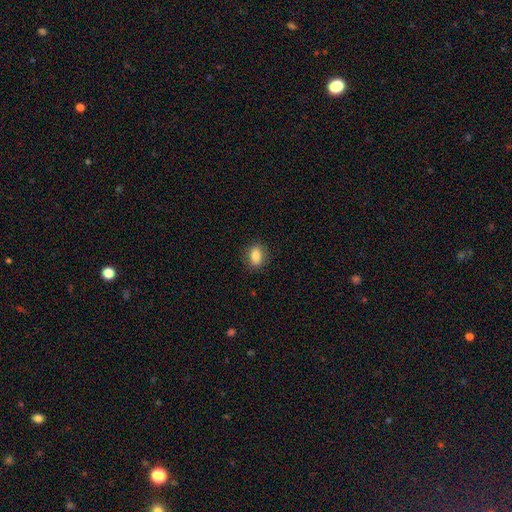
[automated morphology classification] A smooth galaxy with no disk features (85%) that is in between round and cigar-shaped (76%). Merging: none (85%).